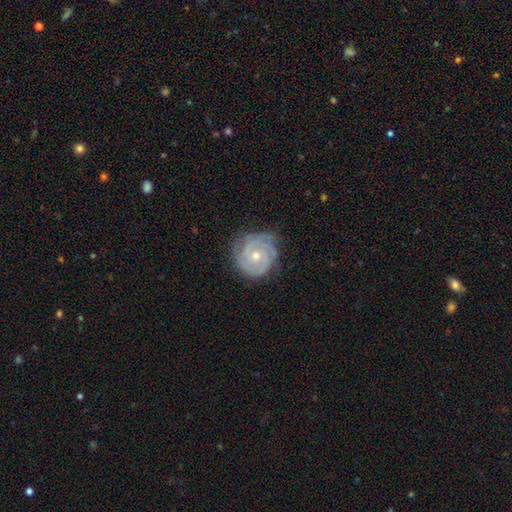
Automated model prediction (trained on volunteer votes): smooth-or-featured: featured or disk: 87% | smooth: 8% | star or artifact: 5%
  disk-edge-on: no: 98% | yes: 2%
    bar: no: 76% | weak: 19% | strong: 4%
    has-spiral-arms: yes: 97% | no: 3%
      spiral-winding: tight: 76% | medium: 21% | loose: 3%
      spiral-arm-count: 3: 42% | 2: 21% | can't tell: 17% | 4: 10% | 1: 5% | more than 4: 5%
    bulge-size: moderate: 52% | small: 45% | large: 1% | none: 1% | dominant: 1%
  merging: none: 75% | minor disturbance: 19% | major disturbance: 5% | merger: 1%